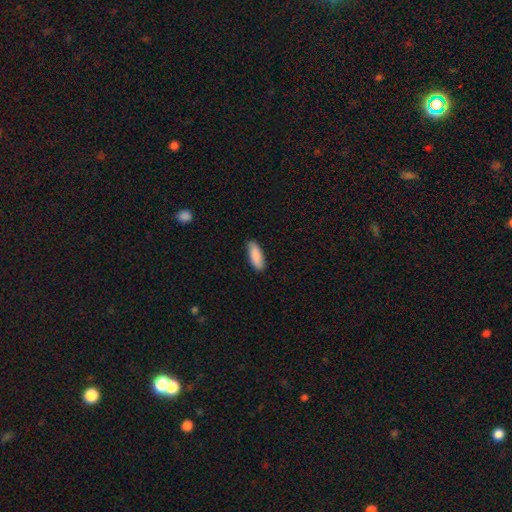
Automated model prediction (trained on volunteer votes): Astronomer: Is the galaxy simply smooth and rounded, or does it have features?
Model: smooth — 89%.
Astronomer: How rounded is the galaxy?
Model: in between — 68%.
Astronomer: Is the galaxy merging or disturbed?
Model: none — 83%.